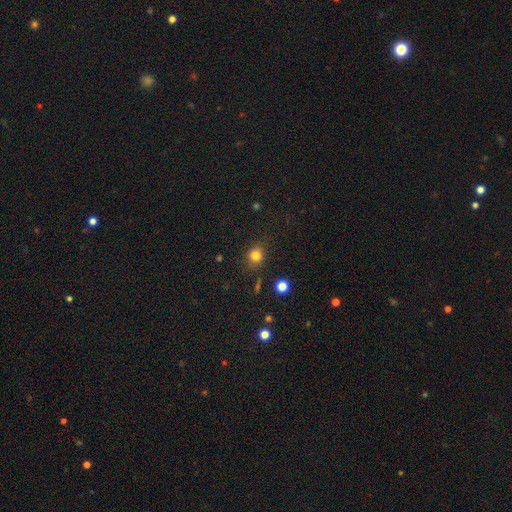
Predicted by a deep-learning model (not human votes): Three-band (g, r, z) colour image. It shows a smooth galaxy with no disk features (80%) that is round (77%). Merging: none (82%).